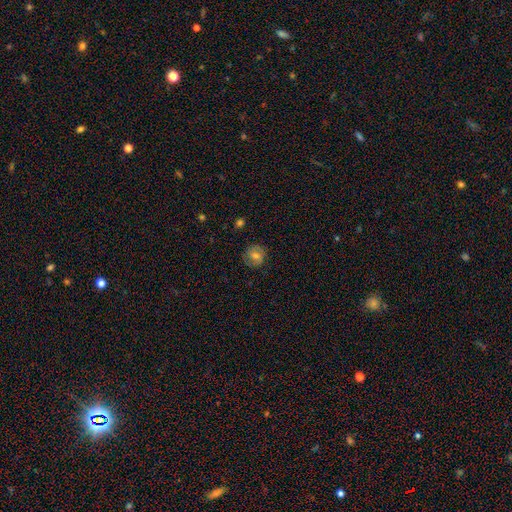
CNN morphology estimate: type=smooth (50%); roundness=round (85%); merging=none (84%).